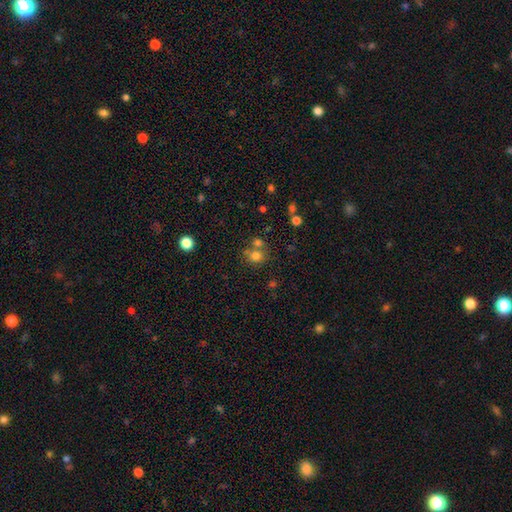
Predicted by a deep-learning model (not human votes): Smooth or featured? smooth (74%)
How rounded? round (82%)
Merging? none (54%)